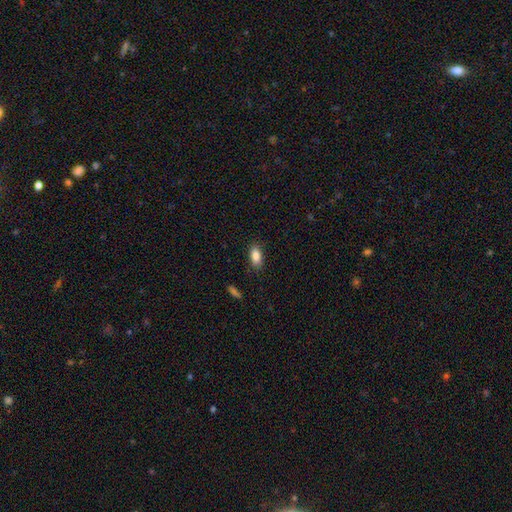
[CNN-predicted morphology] The model was most divided on "merging": none: 86%, minor disturbance: 10%, major disturbance: 2%, merger: 1%. More confident: how rounded — in between (89%); smooth or featured — smooth (87%).